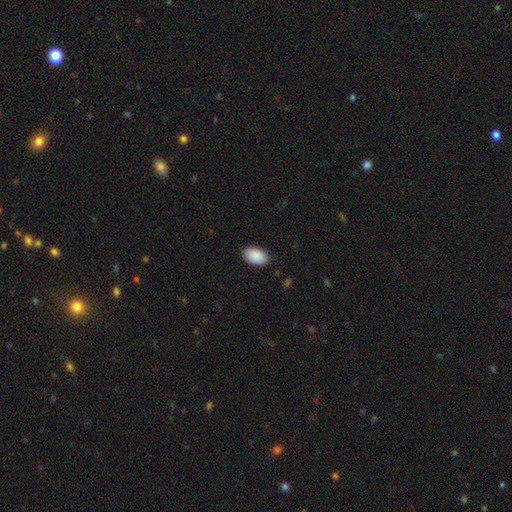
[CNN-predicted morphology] Smooth or featured? smooth (91%)
How rounded? in between (94%)
Merging? none (88%)